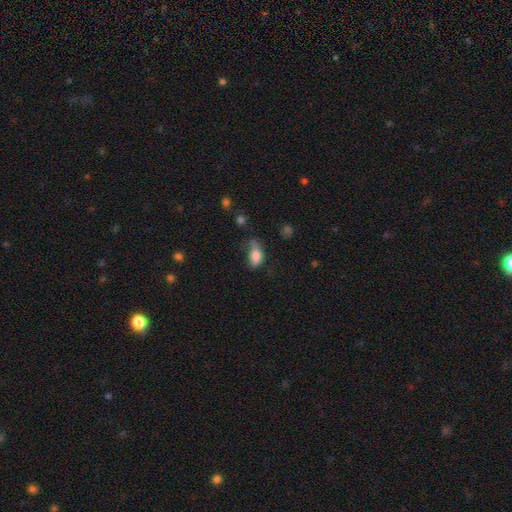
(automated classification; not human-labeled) A smooth galaxy with no disk features (81%) that is in between round and cigar-shaped (88%).

Vote fractions:
- Smooth or featured? smooth: 81% / featured or disk: 10% / star or artifact: 9%
- How rounded? in between: 88% / round: 7% / cigar-shaped: 5%
- Merging? minor disturbance: 40% / none: 32% / major disturbance: 25% / merger: 4%